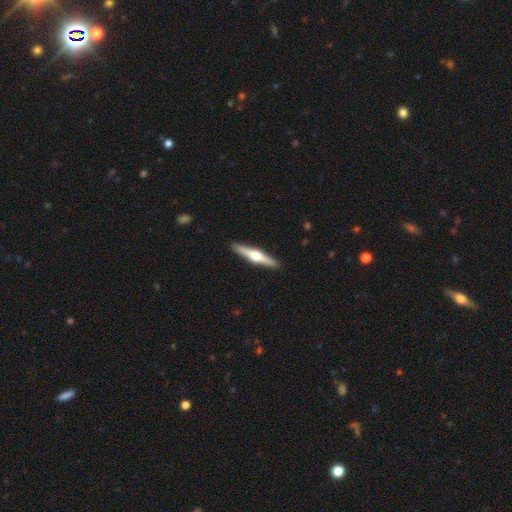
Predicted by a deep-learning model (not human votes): smooth_or_featured: featured or disk (p=0.67) [alt: smooth p=0.28]
disk_edge_on: yes (p=0.98) [alt: no p=0.02]
edge_on_bulge: rounded (p=0.95) [alt: boxy p=0.03]
merging: none (p=0.92) [alt: minor disturbance p=0.06]